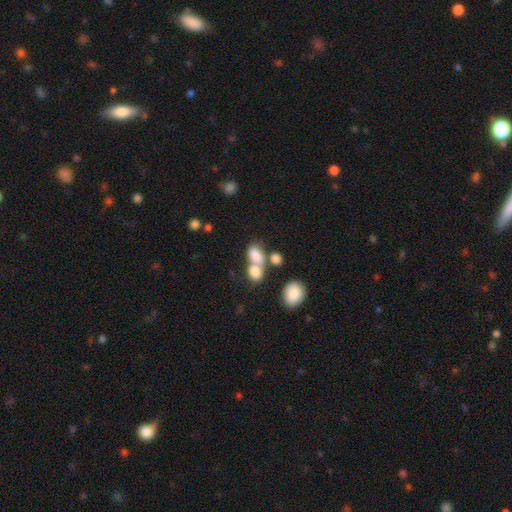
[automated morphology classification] A smooth galaxy with no disk features (77%) that is in between round and cigar-shaped (82%). Merging: merger (61%).